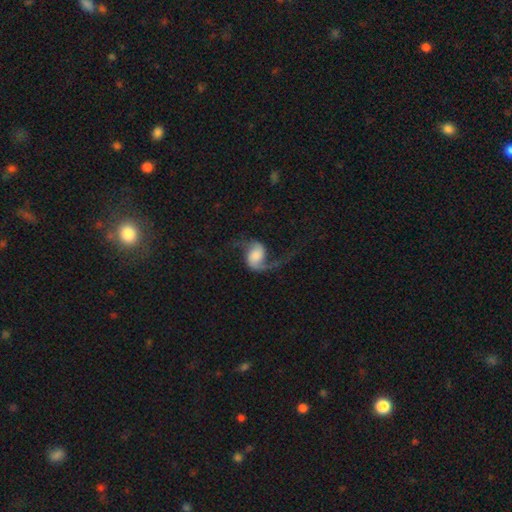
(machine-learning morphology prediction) A featured or disk galaxy (84%) with no bar (60%), 2 (90%) loose (81%) spiral arms (97%) and a large central bulge (34%).

Vote fractions:
- Smooth or featured? featured or disk: 84% / smooth: 10% / star or artifact: 6%
- Edge-on disk? no: 98% / yes: 2%
- Bar? no: 60% / weak: 30% / strong: 10%
- Spiral arms? yes: 97% / no: 3%
- Spiral winding? loose: 81% / medium: 15% / tight: 3%
- Spiral arm count? 2: 90% / 1: 6% / can't tell: 1% / 3: 1% / 4: 1% / more than 4: 1%
- Bulge size? large: 34% / none: 23% / dominant: 17% / moderate: 15% / small: 12%
- Merging? none: 64% / major disturbance: 19% / minor disturbance: 14% / merger: 3%